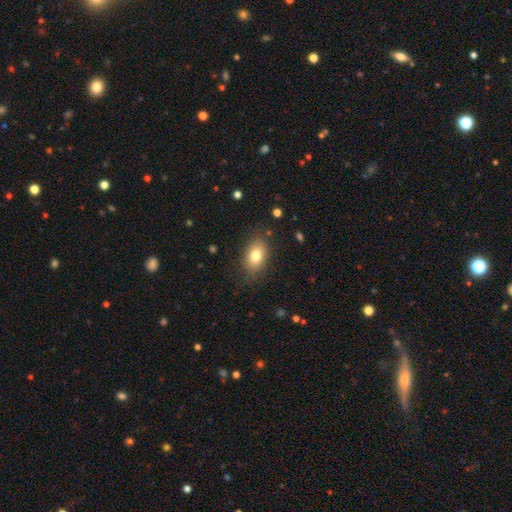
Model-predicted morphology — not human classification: Q: Smooth or featured?
A: smooth (79%); runner-up: featured or disk (12%)
Q: How rounded?
A: in between (85%); runner-up: round (14%)
Q: Merging?
A: none (83%); runner-up: minor disturbance (12%)